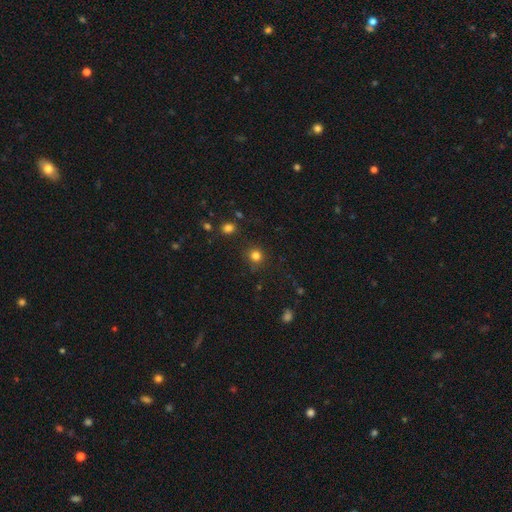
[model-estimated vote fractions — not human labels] Smooth or featured? Predicted: smooth (p=0.80). How rounded? Predicted: round (p=0.90). Merging? Predicted: none (p=0.84).